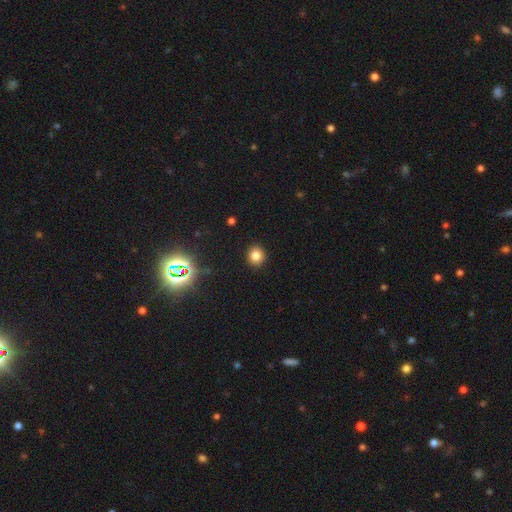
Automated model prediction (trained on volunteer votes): Smooth or featured?
  - smooth: 79% *
  - star or artifact: 15%
  - featured or disk: 6%
How rounded?
  - round: 87% *
  - in between: 12%
  - cigar-shaped: 1%
Merging?
  - none: 91% *
  - minor disturbance: 6%
  - major disturbance: 2%
  - merger: 1%